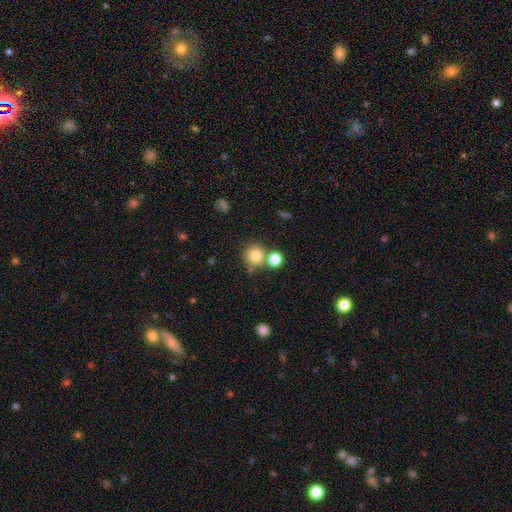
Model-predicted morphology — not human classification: smooth_or_featured: smooth (p=0.80) [alt: star or artifact p=0.12]
how_rounded: round (p=0.90) [alt: in between p=0.09]
merging: none (p=0.64) [alt: merger p=0.24]